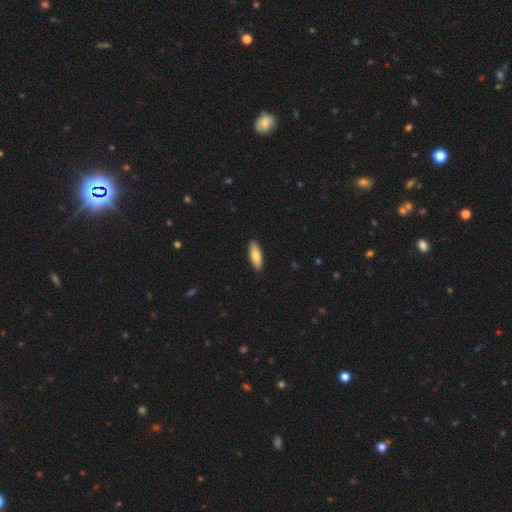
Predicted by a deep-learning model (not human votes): Overall: smooth (82%). How rounded: in between (66%; cigar-shaped 32%). Merging: none (90%).